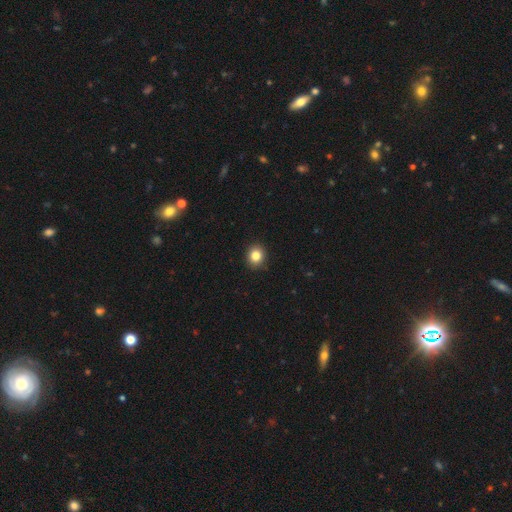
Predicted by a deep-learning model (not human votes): This appears to be a smooth galaxy with no disk features (84%) that is round (78%). Merging: none (91%).